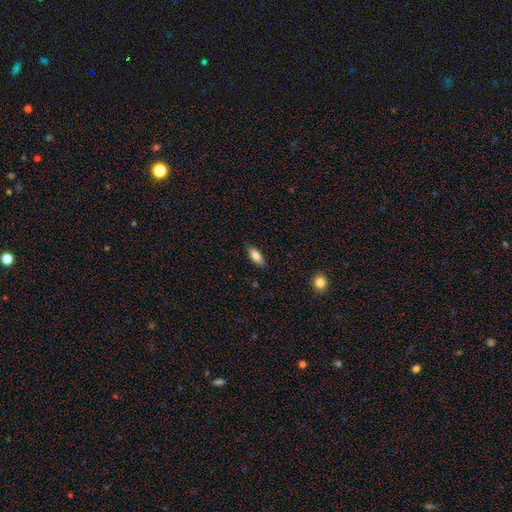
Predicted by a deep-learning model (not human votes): This appears to be a smooth galaxy with no disk features (81%) that is in between round and cigar-shaped (78%). Merging: none (85%).